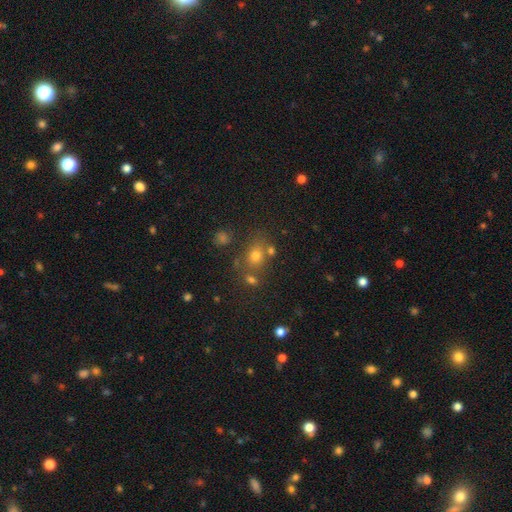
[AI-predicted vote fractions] Q: Smooth or featured?
A: smooth (66%); runner-up: star or artifact (22%)
Q: How rounded?
A: round (61%); runner-up: in between (38%)
Q: Merging?
A: none (64%); runner-up: merger (18%)